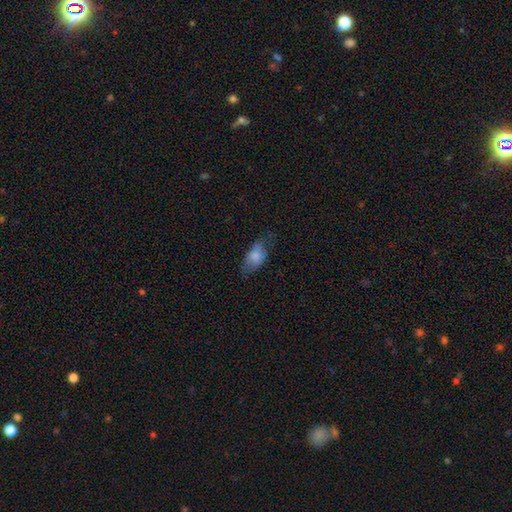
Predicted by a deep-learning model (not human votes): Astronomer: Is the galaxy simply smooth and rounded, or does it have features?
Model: smooth — 77%.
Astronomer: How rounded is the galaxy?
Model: in between — 91%.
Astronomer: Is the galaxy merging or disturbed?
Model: none — 54% (runner-up: minor disturbance, 31%).